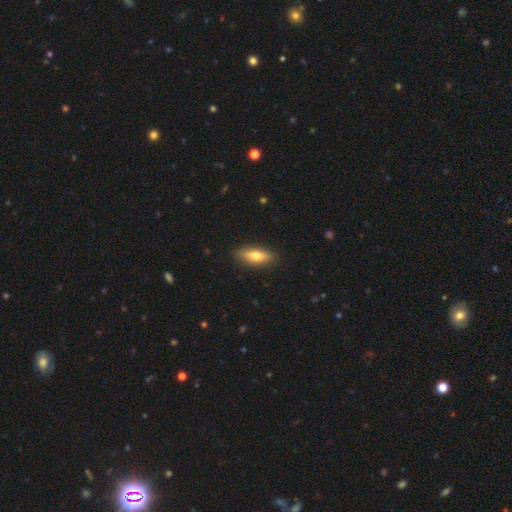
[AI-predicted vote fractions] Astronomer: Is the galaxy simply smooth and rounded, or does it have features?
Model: smooth — 65%.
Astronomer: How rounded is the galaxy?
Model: in between — 60% (runner-up: cigar-shaped, 37%).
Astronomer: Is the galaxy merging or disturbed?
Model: none — 87%.